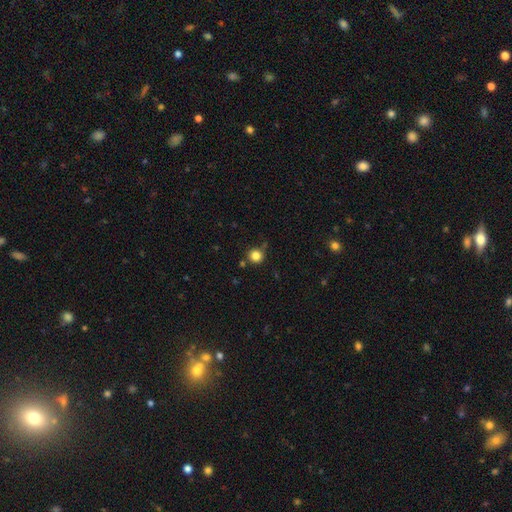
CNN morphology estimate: Smooth or featured?
  - smooth: 83% *
  - star or artifact: 12%
  - featured or disk: 5%
How rounded?
  - round: 92% *
  - in between: 7%
  - cigar-shaped: 1%
Merging?
  - none: 81% *
  - minor disturbance: 10%
  - merger: 6%
  - major disturbance: 3%